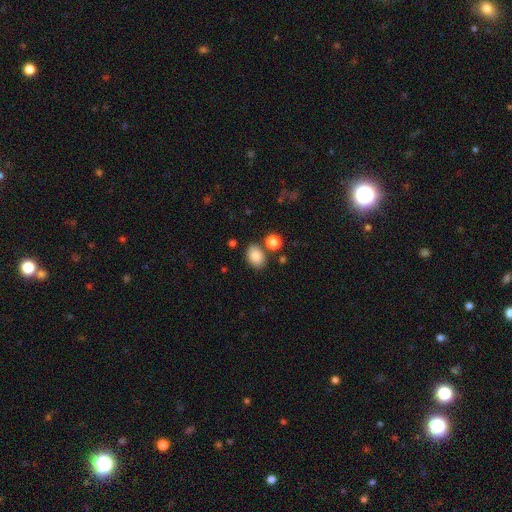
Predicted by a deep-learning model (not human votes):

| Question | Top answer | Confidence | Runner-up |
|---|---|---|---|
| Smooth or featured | smooth | 86% | star or artifact (9%) |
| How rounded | in between | 82% | round (17%) |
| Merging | none | 79% | minor disturbance (11%) |